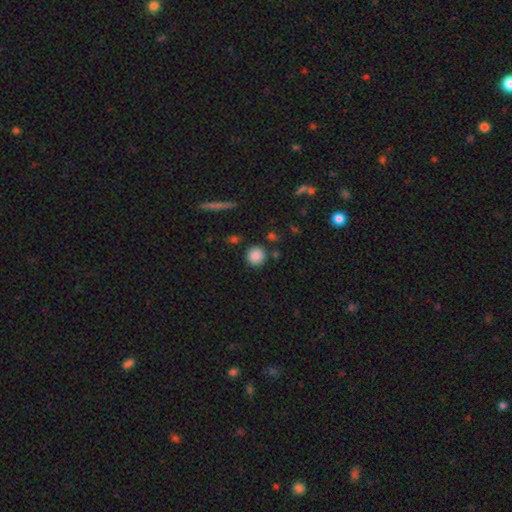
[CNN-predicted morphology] Q: Smooth or featured?
A: smooth (87%); runner-up: star or artifact (9%)
Q: How rounded?
A: round (92%); runner-up: in between (7%)
Q: Merging?
A: none (87%); runner-up: minor disturbance (7%)